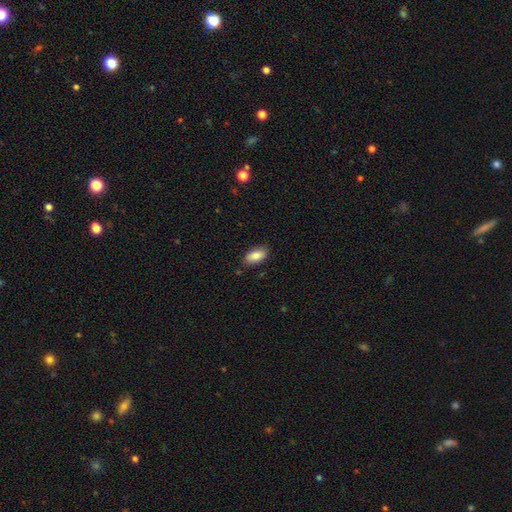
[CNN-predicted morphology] type=smooth (85%); roundness=in between (91%); merging=none (85%).